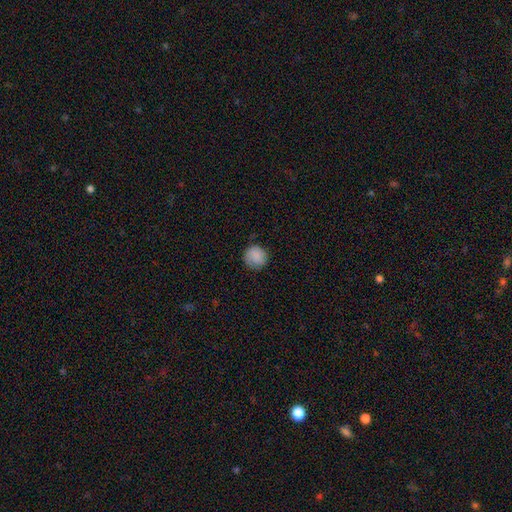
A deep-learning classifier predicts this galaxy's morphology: smooth 87%, star or artifact 7%, featured or disk 6%. Down the decision tree: how rounded — round (91%); merging — none (82%).